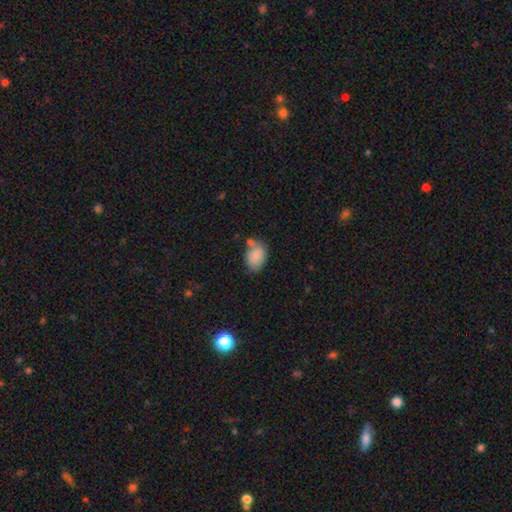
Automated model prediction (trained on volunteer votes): Smooth or featured? Predicted: smooth (p=0.87). How rounded? Predicted: in between (p=0.84). Merging? Predicted: none (p=0.62).